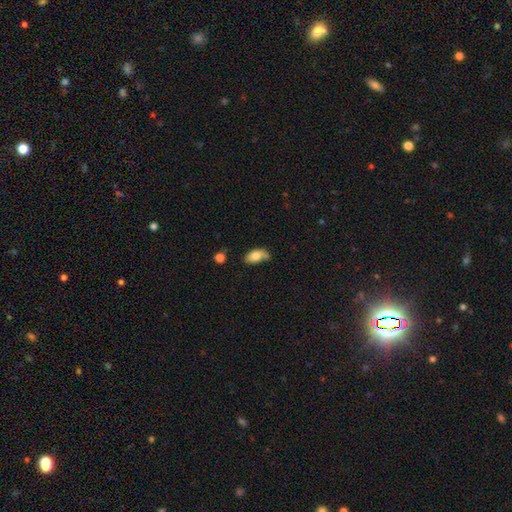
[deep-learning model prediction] smooth-or-featured: smooth: 74% | featured or disk: 19% | star or artifact: 7%
  how-rounded: in between: 92% | round: 5% | cigar-shaped: 3%
  merging: none: 47% | minor disturbance: 35% | major disturbance: 12% | merger: 7%